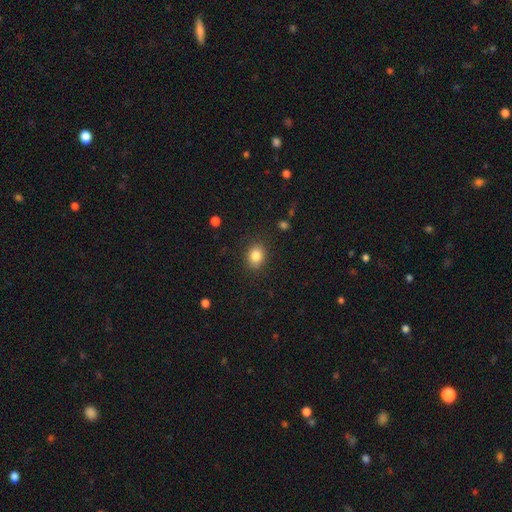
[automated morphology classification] Smooth or featured? smooth (85%)
How rounded? in between (53%)
Merging? none (87%)